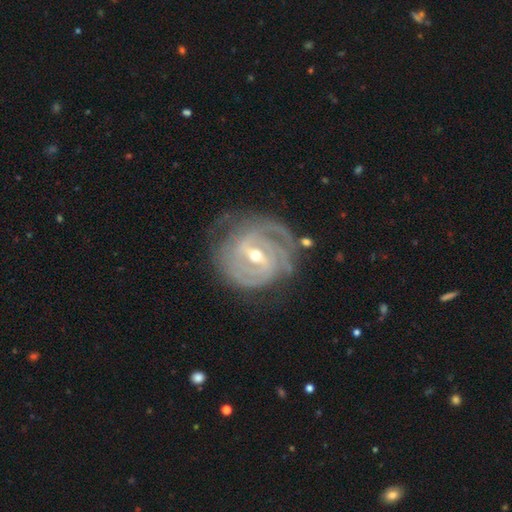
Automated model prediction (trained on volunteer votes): This appears to be a featured or disk galaxy (90%) with a weak bar (47%), 3 (26%, tied with 2) tight (71%) spiral arms (97%) and a moderate central bulge (49%). Merging: none (67%).